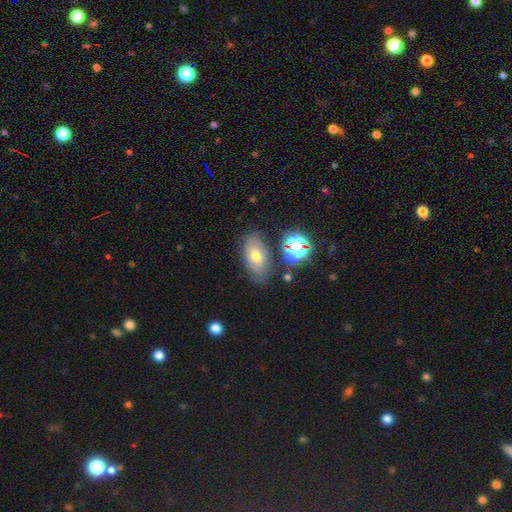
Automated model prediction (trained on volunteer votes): smooth_or_featured: smooth (p=0.53) [alt: featured or disk p=0.27]
how_rounded: in between (p=0.87) [alt: round p=0.11]
merging: none (p=0.69) [alt: minor disturbance p=0.20]